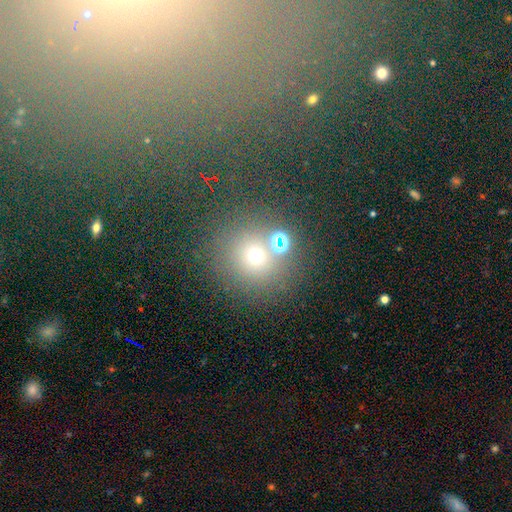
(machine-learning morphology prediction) This appears to be a smooth galaxy with no disk features (57%) that is round (88%). Merging: none (71%).